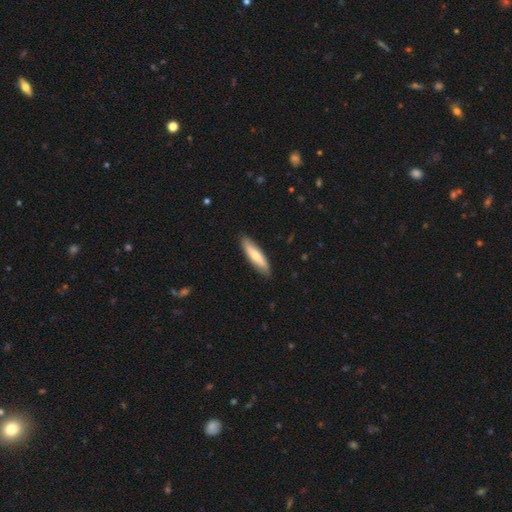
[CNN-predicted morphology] Q: Smooth or featured?
A: smooth (65%); runner-up: featured or disk (30%)
Q: How rounded?
A: cigar-shaped (72%); runner-up: in between (26%)
Q: Merging?
A: none (87%); runner-up: minor disturbance (10%)